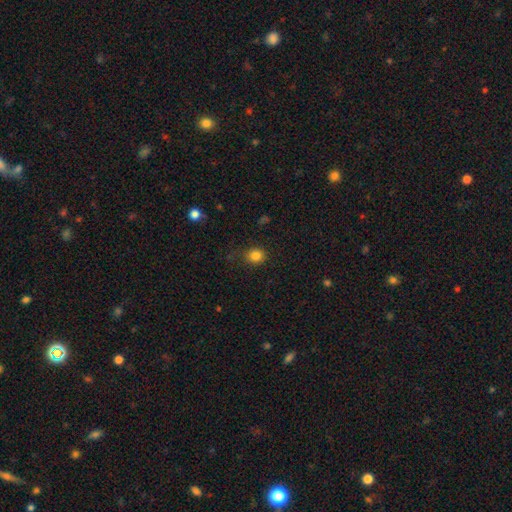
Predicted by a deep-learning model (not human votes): Smooth or featured?
  - smooth: 83% *
  - star or artifact: 12%
  - featured or disk: 5%
How rounded?
  - round: 82% *
  - in between: 17%
  - cigar-shaped: 1%
Merging?
  - none: 82% *
  - minor disturbance: 13%
  - major disturbance: 4%
  - merger: 1%